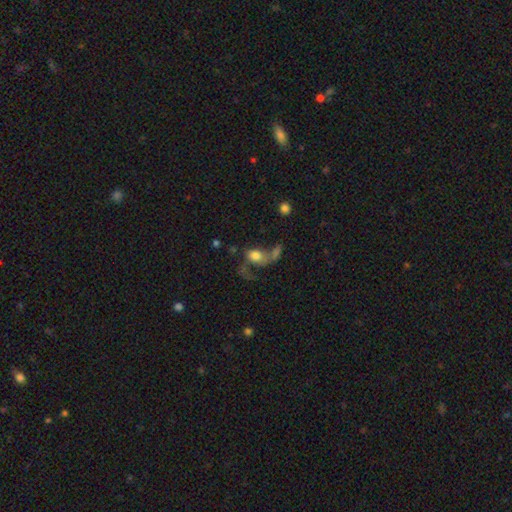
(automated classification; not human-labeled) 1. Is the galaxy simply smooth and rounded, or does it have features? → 56% smooth, 32% featured or disk, 12% star or artifact.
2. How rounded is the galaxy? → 65% in between, 32% round, 3% cigar-shaped.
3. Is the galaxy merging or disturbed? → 35% merger, 33% major disturbance, 20% none, 12% minor disturbance.